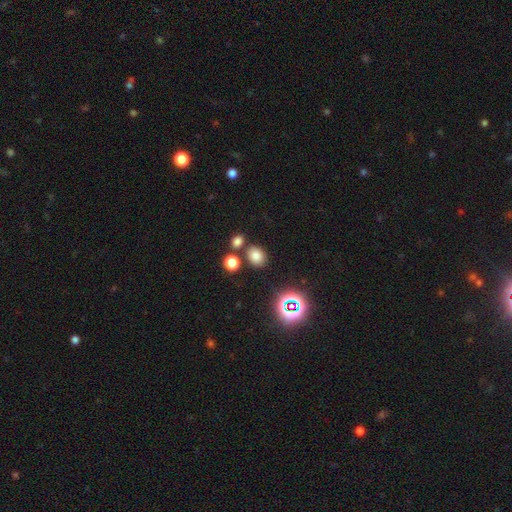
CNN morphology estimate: A smooth galaxy with no disk features (75%) that is in between round and cigar-shaped (51%). Merging: none (75%).